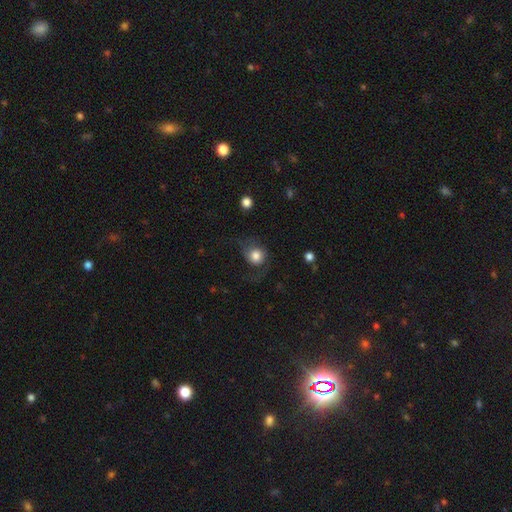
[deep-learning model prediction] Morphology: type=smooth (74%); roundness=round (80%); merging=none (45%).